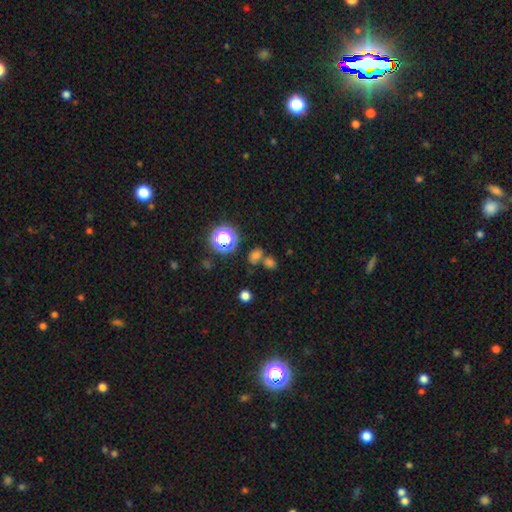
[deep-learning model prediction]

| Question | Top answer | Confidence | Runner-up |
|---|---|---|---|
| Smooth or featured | smooth | 65% | star or artifact (26%) |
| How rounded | in between | 53% | round (45%) |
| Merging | none | 52% | merger (33%) |